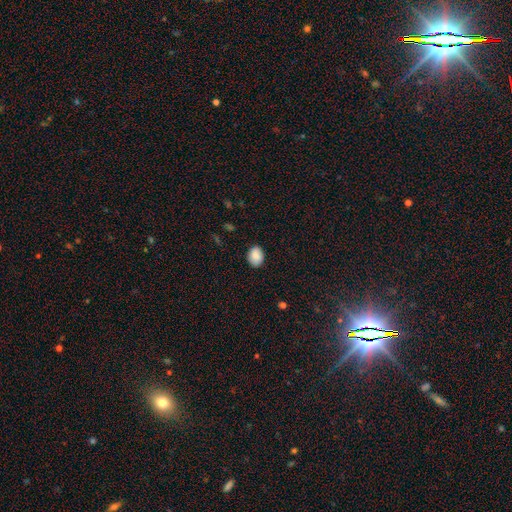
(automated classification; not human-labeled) A smooth galaxy with no disk features (87%) that is in between round and cigar-shaped (66%).

Vote fractions:
- Smooth or featured? smooth: 87% / star or artifact: 7% / featured or disk: 5%
- How rounded? in between: 66% / round: 33% / cigar-shaped: 1%
- Merging? none: 86% / minor disturbance: 11% / major disturbance: 2% / merger: 1%